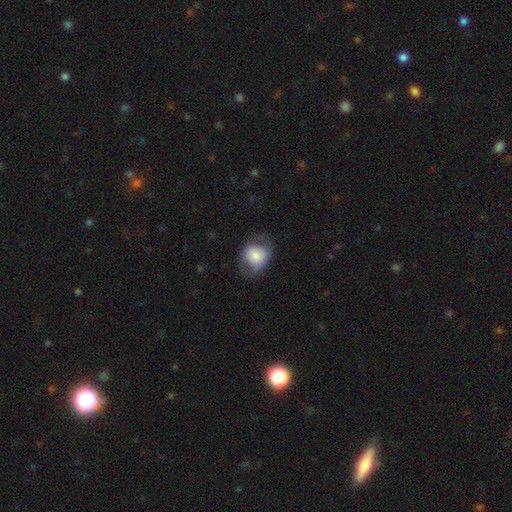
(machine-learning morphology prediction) smooth-or-featured: smooth: 76% | featured or disk: 17% | star or artifact: 7%
  how-rounded: round: 52% | in between: 47% | cigar-shaped: 1%
  merging: none: 55% | minor disturbance: 27% | major disturbance: 17% | merger: 1%